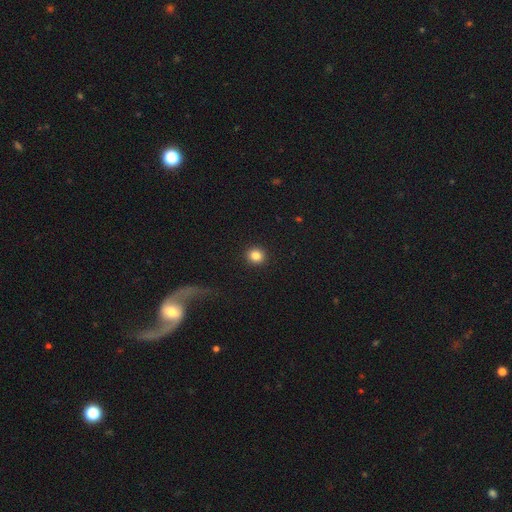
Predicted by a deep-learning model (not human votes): A smooth galaxy with no disk features (85%) that is round (85%).

Vote fractions:
- Smooth or featured? smooth: 85% / star or artifact: 10% / featured or disk: 4%
- How rounded? round: 85% / in between: 14% / cigar-shaped: 1%
- Merging? none: 92% / minor disturbance: 5% / major disturbance: 2% / merger: 1%